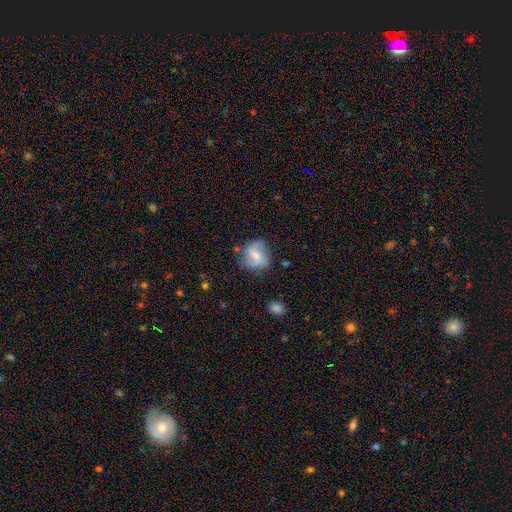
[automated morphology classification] A featured or disk galaxy (52%) with a weak bar (50%), spiral arms (80%) and a moderate central bulge (44%).

Vote fractions:
- Smooth or featured? featured or disk: 52% / smooth: 40% / star or artifact: 8%
- Edge-on disk? no: 97% / yes: 3%
- Bar? weak: 50% / no: 26% / strong: 24%
- Spiral arms? yes: 80% / no: 20%
- Bulge size? moderate: 44% / small: 39% / none: 11% / large: 5% / dominant: 1%
- Merging? none: 65% / minor disturbance: 23% / major disturbance: 9% / merger: 3%